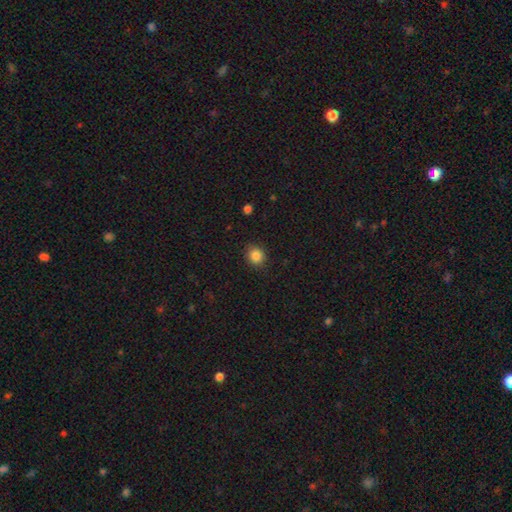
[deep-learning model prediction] smooth 86%, star or artifact 10%, featured or disk 4%. Down the decision tree: how rounded — round (79%); merging — none (88%).